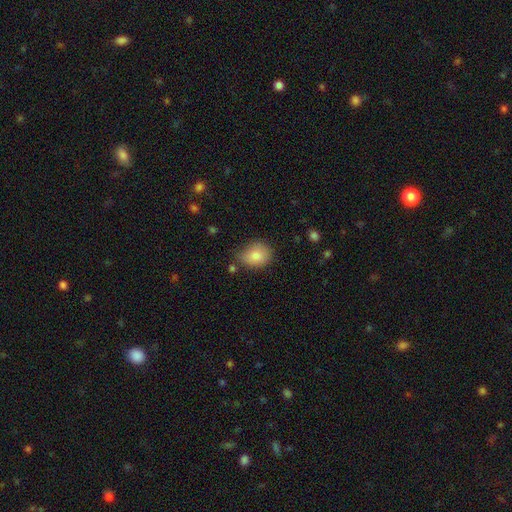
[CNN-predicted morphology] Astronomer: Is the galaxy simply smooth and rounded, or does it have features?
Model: smooth — 82%.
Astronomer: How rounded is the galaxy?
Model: in between — 52% (runner-up: round, 47%).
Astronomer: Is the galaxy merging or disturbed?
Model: none — 64%.